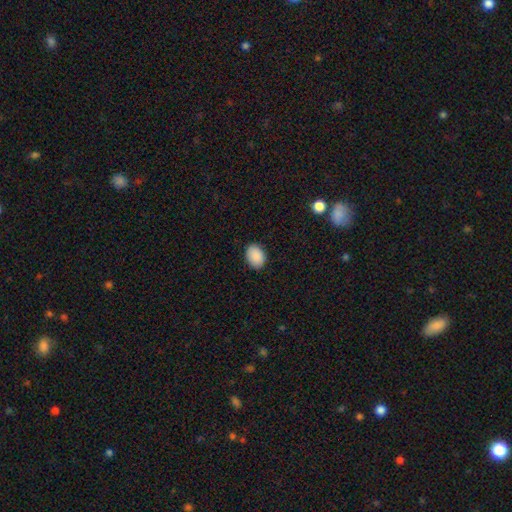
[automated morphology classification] Smooth or featured: smooth — 90% (star or artifact — 7%)
How rounded: in between — 74% (round — 25%)
Merging: none — 89% (minor disturbance — 9%)